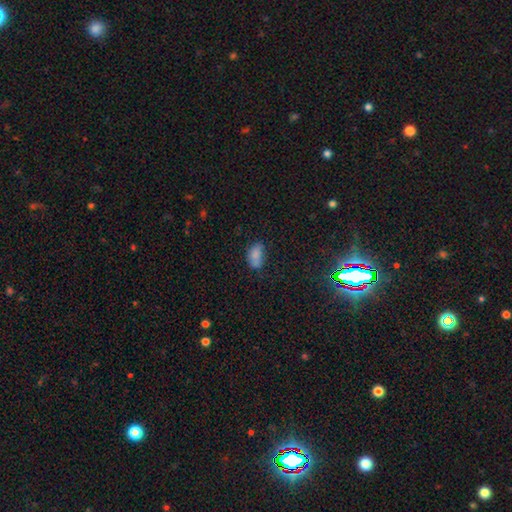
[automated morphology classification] smooth 77%, featured or disk 12%, star or artifact 11%. Down the decision tree: how rounded — in between (88%); merging — none (48%).